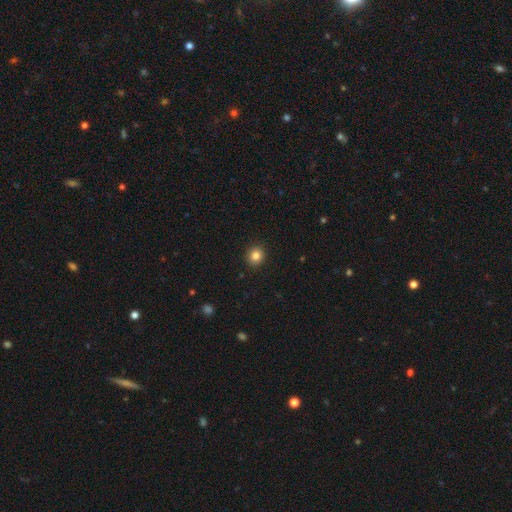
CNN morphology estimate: This appears to be a smooth galaxy with no disk features (84%) that is round (85%). Merging: none (92%).